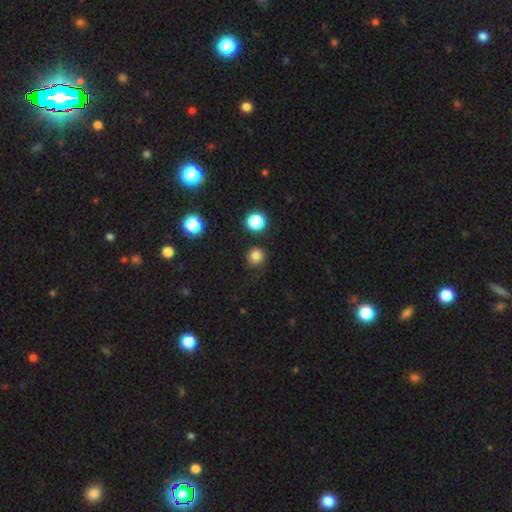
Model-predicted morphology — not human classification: Smooth or featured? Predicted: smooth (p=0.82). How rounded? Predicted: round (p=0.92). Merging? Predicted: none (p=0.85).